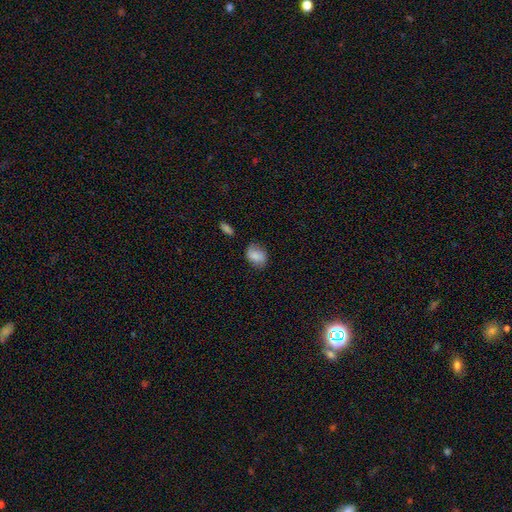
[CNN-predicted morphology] Q: Smooth or featured?
A: smooth (82%); runner-up: featured or disk (10%)
Q: How rounded?
A: in between (72%); runner-up: round (27%)
Q: Merging?
A: none (69%); runner-up: minor disturbance (23%)